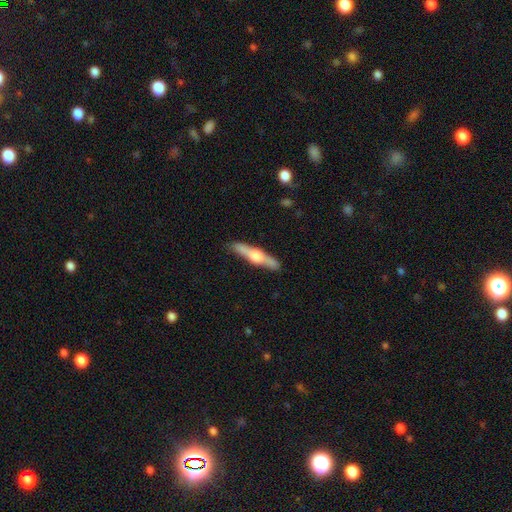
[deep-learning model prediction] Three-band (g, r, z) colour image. It shows a featured or disk galaxy (64%) viewed edge-on (96%) with a rounded central bulge (92%). Merging: none (88%).